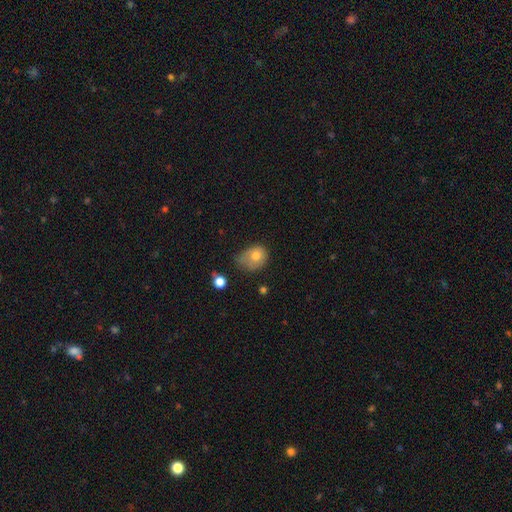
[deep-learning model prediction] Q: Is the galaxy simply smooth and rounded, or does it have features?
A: smooth — 76%.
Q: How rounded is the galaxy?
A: in between — 51%.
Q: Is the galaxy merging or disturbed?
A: minor disturbance — 39%.